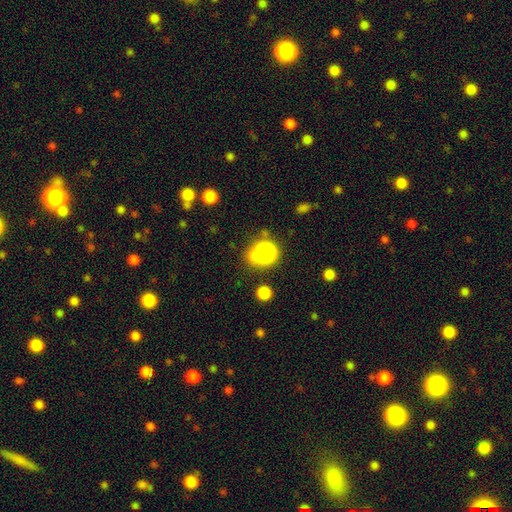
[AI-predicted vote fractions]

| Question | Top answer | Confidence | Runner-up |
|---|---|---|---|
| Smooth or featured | smooth | 63% | star or artifact (23%) |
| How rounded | round | 74% | in between (25%) |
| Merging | none | 56% | minor disturbance (18%) |